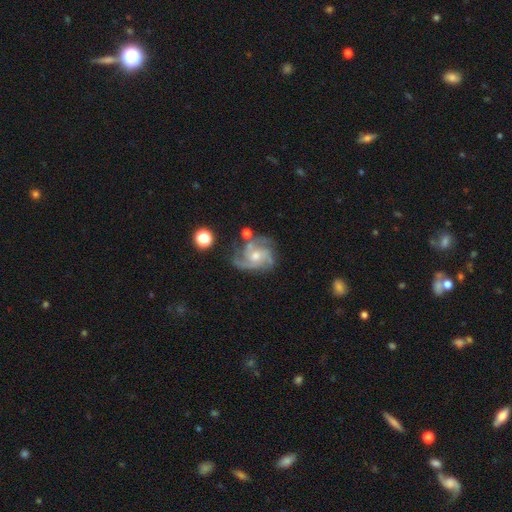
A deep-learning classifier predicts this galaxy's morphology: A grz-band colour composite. It shows a featured or disk galaxy (87%) with no bar (66%), 3 (56%) medium (49%) spiral arms (97%) and a moderate central bulge (60%). Merging: none (64%).